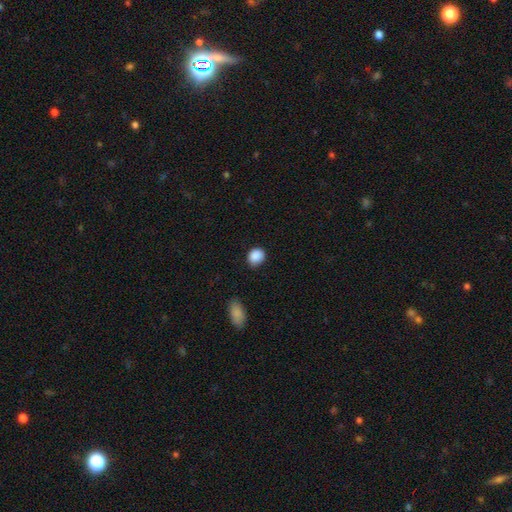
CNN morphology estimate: A smooth galaxy with no disk features (89%) that is round (60%).

Vote fractions:
- Smooth or featured? smooth: 89% / star or artifact: 8% / featured or disk: 3%
- How rounded? round: 60% / in between: 39% / cigar-shaped: 1%
- Merging? none: 81% / minor disturbance: 15% / major disturbance: 3% / merger: 2%